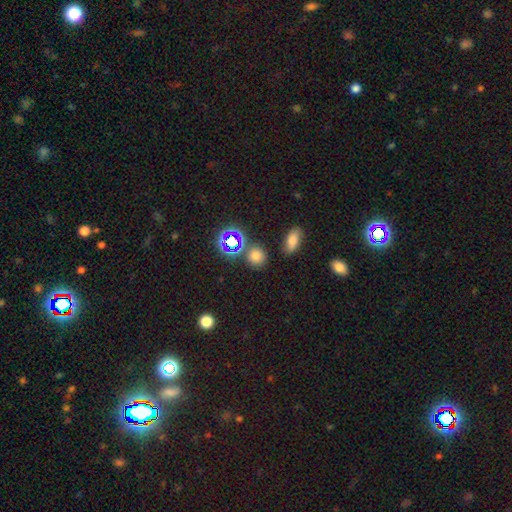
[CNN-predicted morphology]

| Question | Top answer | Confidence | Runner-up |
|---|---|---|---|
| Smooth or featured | smooth | 67% | star or artifact (27%) |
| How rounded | round | 83% | in between (16%) |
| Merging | none | 79% | minor disturbance (10%) |